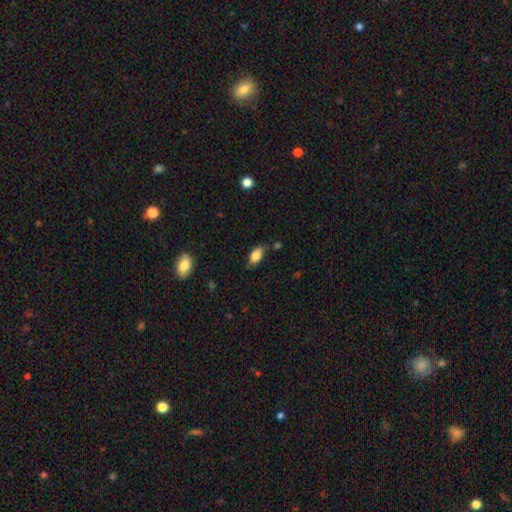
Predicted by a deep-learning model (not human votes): smooth-or-featured: smooth: 82% | featured or disk: 10% | star or artifact: 8%
  how-rounded: in between: 89% | round: 5% | cigar-shaped: 5%
  merging: none: 66% | minor disturbance: 24% | major disturbance: 5% | merger: 4%